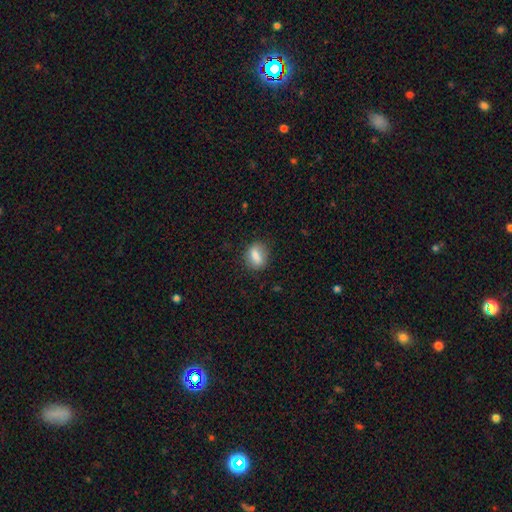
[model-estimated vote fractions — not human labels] smooth-or-featured: smooth: 79% | featured or disk: 13% | star or artifact: 8%
  how-rounded: in between: 63% | round: 29% | cigar-shaped: 8%
  merging: none: 78% | minor disturbance: 15% | major disturbance: 5% | merger: 2%